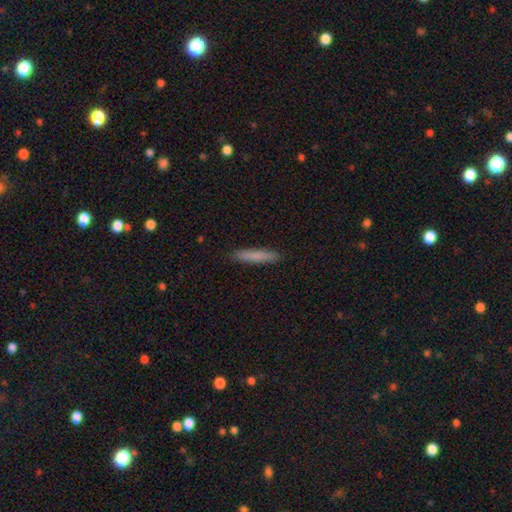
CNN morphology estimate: Smooth or featured: smooth — 81% (featured or disk — 13%)
How rounded: cigar-shaped — 92% (in between — 7%)
Merging: none — 90% (minor disturbance — 8%)